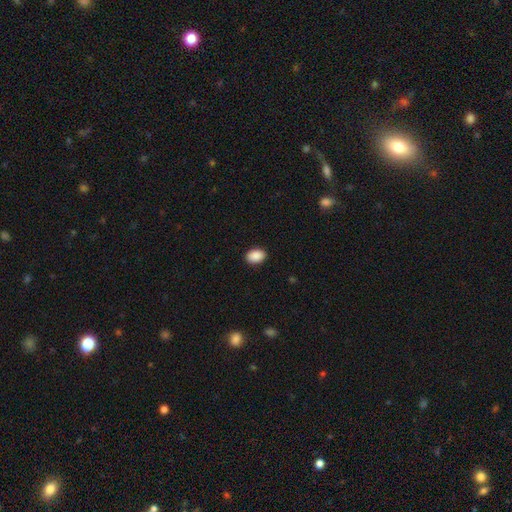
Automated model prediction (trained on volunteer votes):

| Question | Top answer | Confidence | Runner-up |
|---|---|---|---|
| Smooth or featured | smooth | 90% | star or artifact (7%) |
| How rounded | in between | 83% | round (16%) |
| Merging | none | 90% | minor disturbance (7%) |